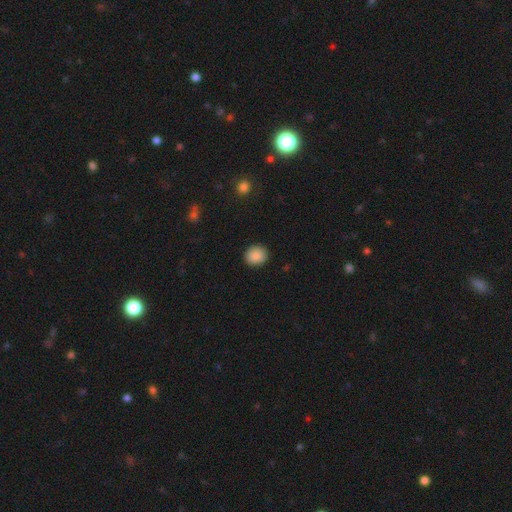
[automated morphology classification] The model was most divided on "how rounded": round: 77%, in between: 22%, cigar-shaped: 1%. More confident: merging — none (90%); smooth or featured — smooth (88%).